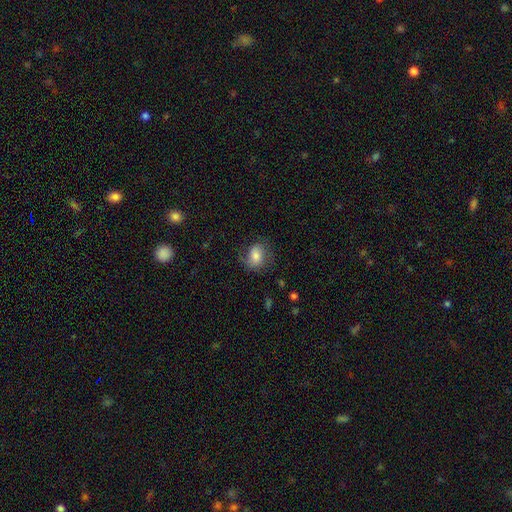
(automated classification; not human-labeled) This is likely a smooth galaxy (64%). How rounded: possibly in between (57%). Merging: likely none (62%).